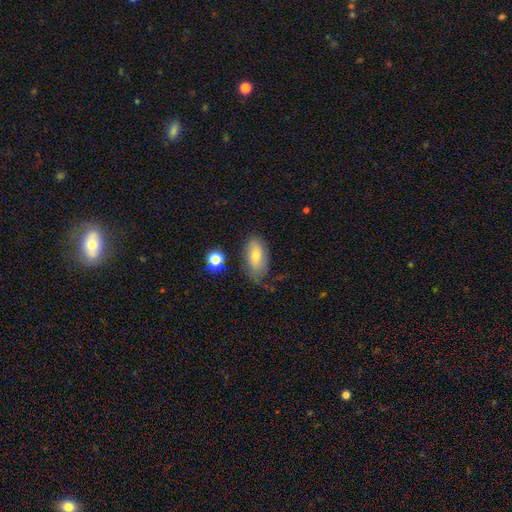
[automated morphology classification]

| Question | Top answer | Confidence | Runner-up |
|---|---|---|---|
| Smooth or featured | smooth | 72% | featured or disk (20%) |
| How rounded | in between | 90% | cigar-shaped (6%) |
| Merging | none | 61% | minor disturbance (27%) |